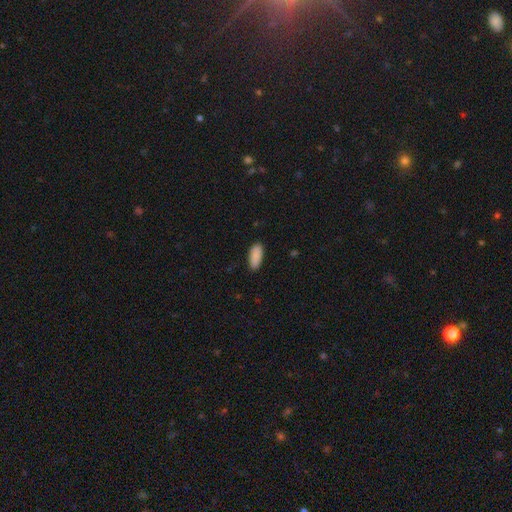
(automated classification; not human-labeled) The model was most divided on "how rounded": in between: 86%, cigar-shaped: 13%, round: 2%. More confident: smooth or featured — smooth (90%); merging — none (87%).